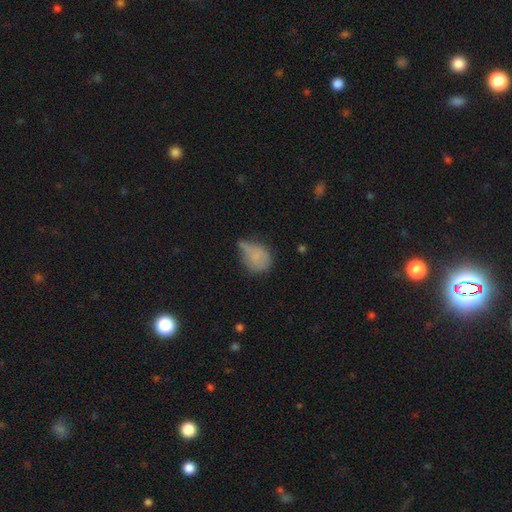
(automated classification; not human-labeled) Smooth or featured?
  - smooth: 71% *
  - featured or disk: 18%
  - star or artifact: 12%
How rounded?
  - in between: 50% *
  - round: 47%
  - cigar-shaped: 2%
Merging?
  - minor disturbance: 39% *
  - none: 30%
  - major disturbance: 22%
  - merger: 9%